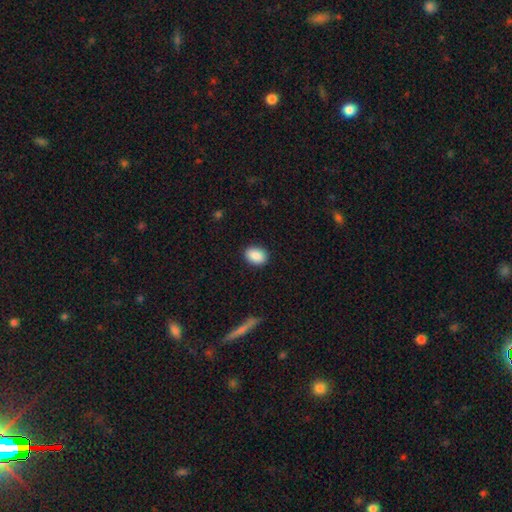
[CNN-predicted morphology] type=smooth (88%); roundness=in between (74%); merging=none (89%).